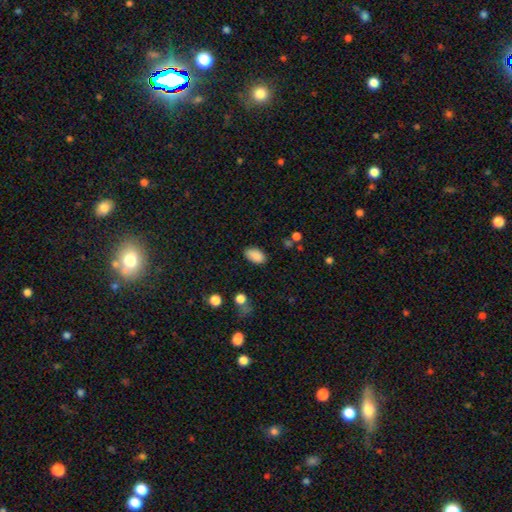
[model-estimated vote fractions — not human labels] smooth-or-featured: smooth: 88% | star or artifact: 8% | featured or disk: 4%
  how-rounded: in between: 93% | round: 6% | cigar-shaped: 2%
  merging: none: 83% | minor disturbance: 12% | major disturbance: 3% | merger: 2%